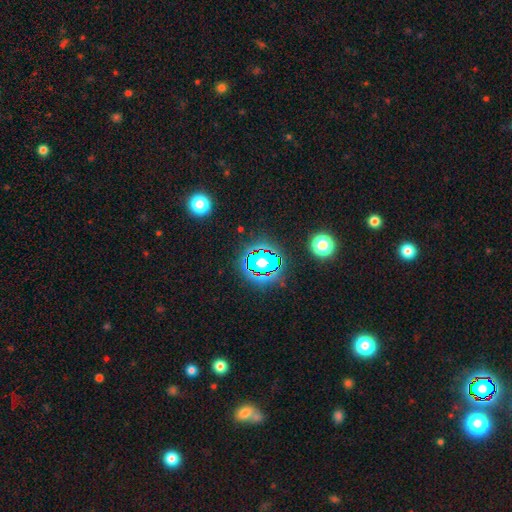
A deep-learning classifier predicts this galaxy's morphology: Smooth or featured? Predicted: star or artifact (p=0.78).